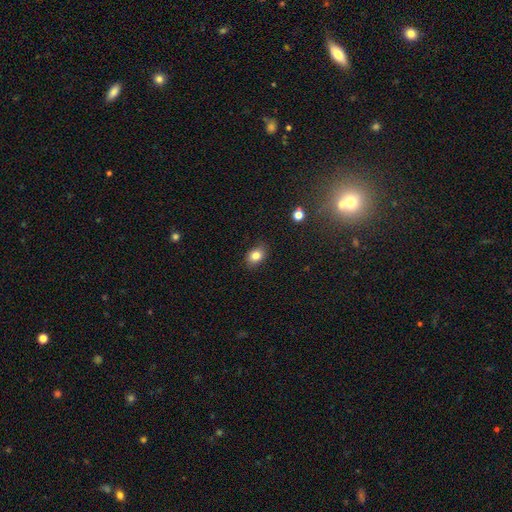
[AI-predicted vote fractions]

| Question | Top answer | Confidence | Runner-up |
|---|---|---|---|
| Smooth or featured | smooth | 83% | star or artifact (10%) |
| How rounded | in between | 68% | round (31%) |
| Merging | none | 85% | minor disturbance (11%) |